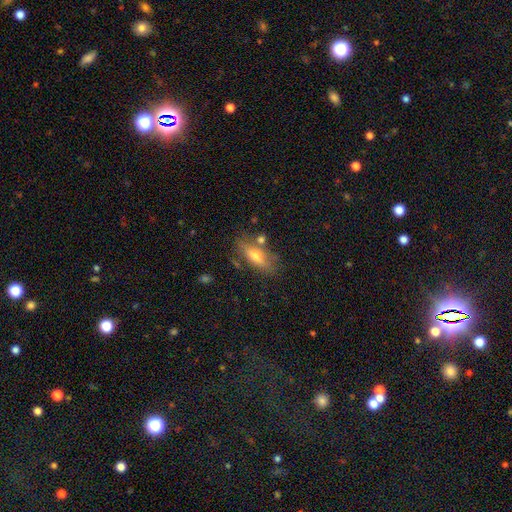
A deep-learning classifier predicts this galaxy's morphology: smooth-or-featured: smooth: 54% | featured or disk: 38% | star or artifact: 8%
  how-rounded: in between: 55% | cigar-shaped: 41% | round: 4%
  merging: none: 72% | minor disturbance: 15% | merger: 8% | major disturbance: 5%